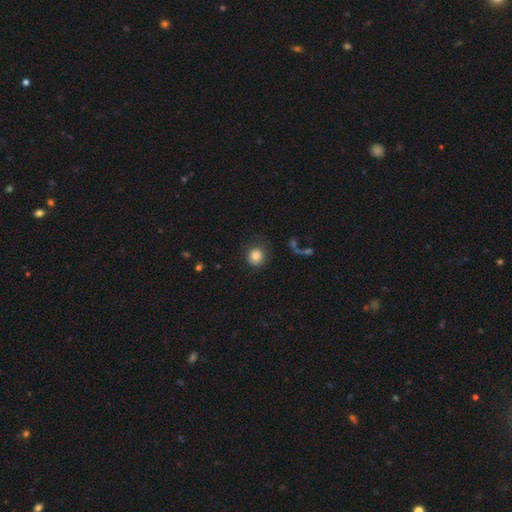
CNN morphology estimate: The model was most divided on "merging": none: 76%, minor disturbance: 15%, major disturbance: 6%, merger: 2%. More confident: smooth or featured — smooth (85%); how rounded — round (85%).